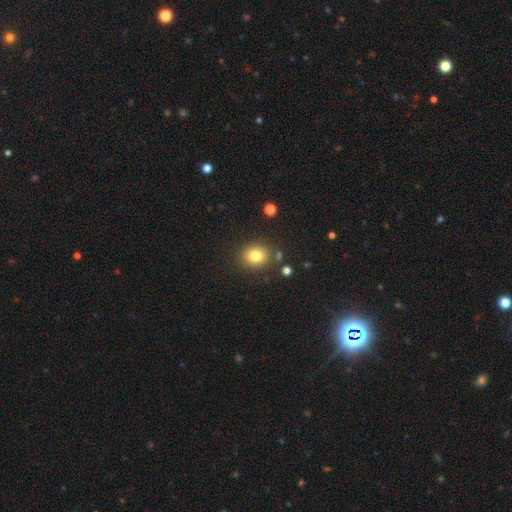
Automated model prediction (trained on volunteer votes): A smooth galaxy with no disk features (81%) that is round (67%).

Vote fractions:
- Smooth or featured? smooth: 81% / star or artifact: 11% / featured or disk: 8%
- How rounded? round: 67% / in between: 32% / cigar-shaped: 1%
- Merging? none: 83% / minor disturbance: 9% / merger: 4% / major disturbance: 3%